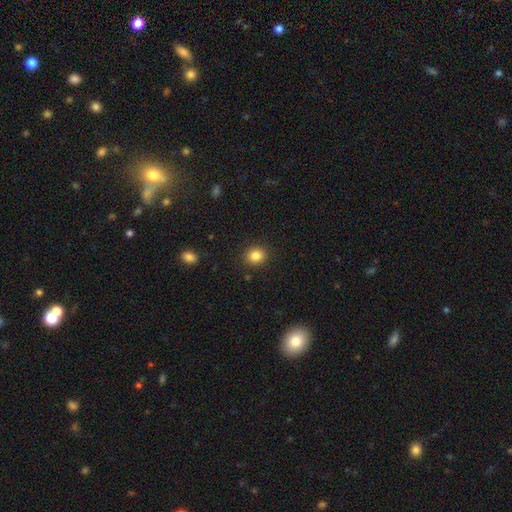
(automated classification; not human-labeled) Smooth or featured? smooth (85%)
How rounded? round (65%)
Merging? none (89%)